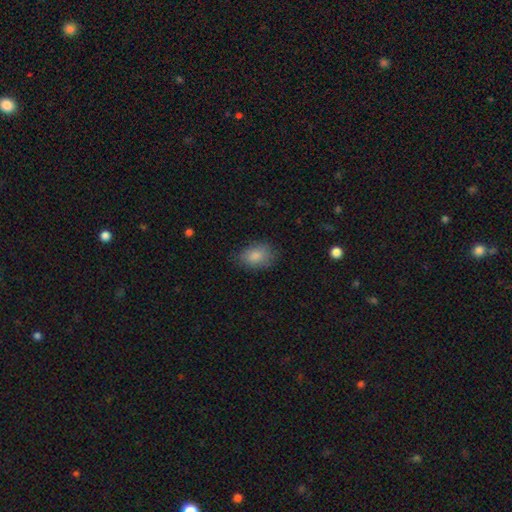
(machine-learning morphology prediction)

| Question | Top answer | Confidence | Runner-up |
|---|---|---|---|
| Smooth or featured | smooth | 85% | star or artifact (8%) |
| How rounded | in between | 81% | round (18%) |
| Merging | none | 77% | minor disturbance (17%) |